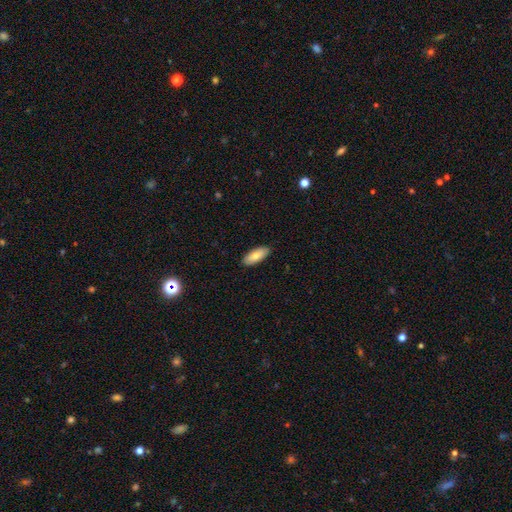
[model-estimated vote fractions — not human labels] This is likely a smooth galaxy (77%). How rounded: clearly in between (84%). Merging: clearly none (89%).